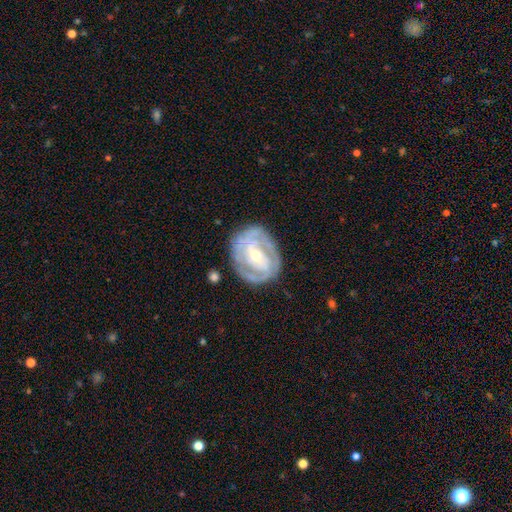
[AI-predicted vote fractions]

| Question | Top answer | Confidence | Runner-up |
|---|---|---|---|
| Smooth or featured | featured or disk | 86% | smooth (10%) |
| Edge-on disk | no | 97% | yes (3%) |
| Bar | weak | 40% | no (31%) |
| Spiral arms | yes | 92% | no (8%) |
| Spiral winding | tight | 66% | medium (28%) |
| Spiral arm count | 2 | 52% | can't tell (21%) |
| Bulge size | moderate | 48% | tied: small (48%) |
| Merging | none | 79% | minor disturbance (15%) |